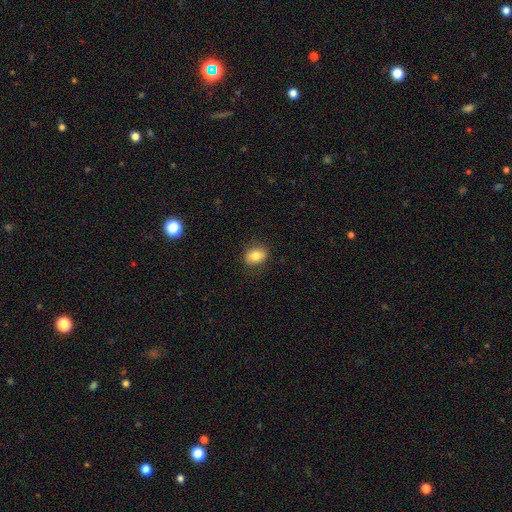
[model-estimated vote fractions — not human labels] Smooth or featured?
  - smooth: 79% *
  - featured or disk: 12%
  - star or artifact: 9%
How rounded?
  - in between: 58% *
  - round: 41%
  - cigar-shaped: 1%
Merging?
  - none: 84% *
  - minor disturbance: 11%
  - major disturbance: 3%
  - merger: 1%